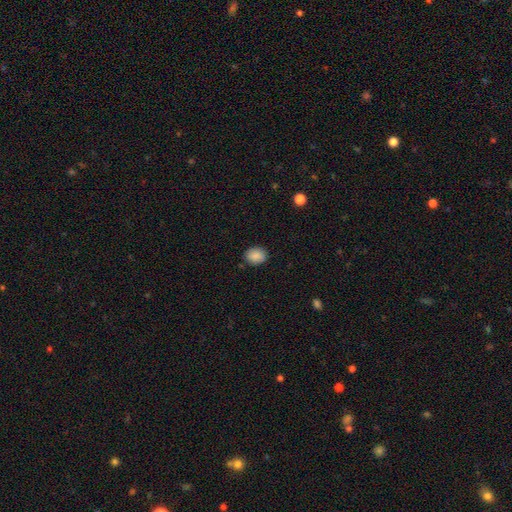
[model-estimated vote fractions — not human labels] Smooth or featured: smooth — 88% (star or artifact — 8%)
How rounded: in between — 50% (round — 49%)
Merging: none — 86% (minor disturbance — 10%)